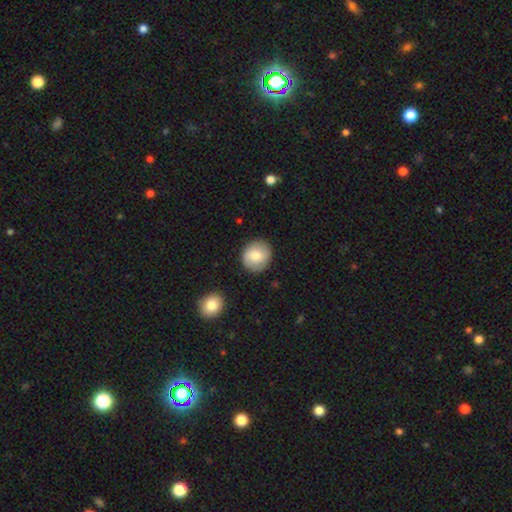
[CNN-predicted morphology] A smooth galaxy with no disk features (71%) that is round (86%). Merging: none (87%).